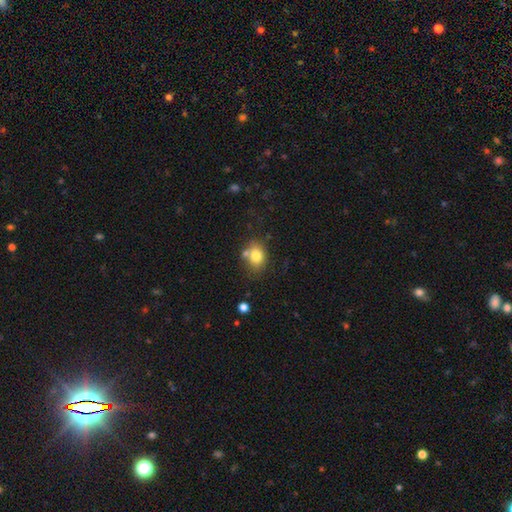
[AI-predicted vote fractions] The model was most divided on "how rounded": in between: 52%, round: 47%, cigar-shaped: 1%. More confident: smooth or featured — smooth (78%); merging — none (62%).